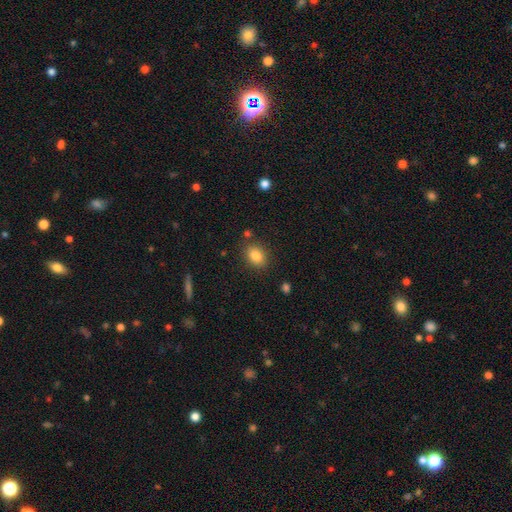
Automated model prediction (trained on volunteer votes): Smooth or featured: smooth — 84% (star or artifact — 9%)
How rounded: in between — 70% (round — 29%)
Merging: none — 84% (minor disturbance — 10%)